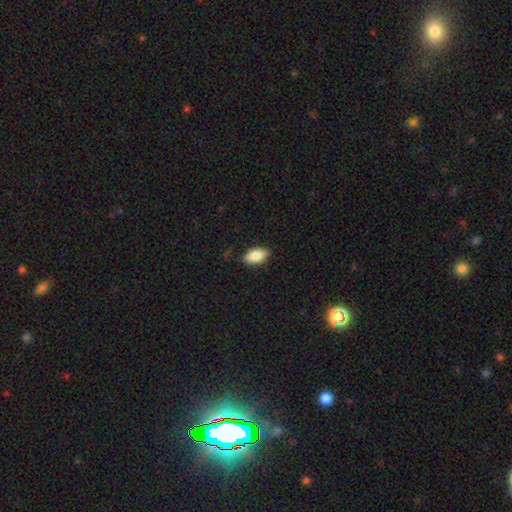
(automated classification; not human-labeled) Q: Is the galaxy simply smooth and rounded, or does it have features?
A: smooth — 86%.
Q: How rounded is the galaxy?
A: in between — 93%.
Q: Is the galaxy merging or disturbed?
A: none — 85%.